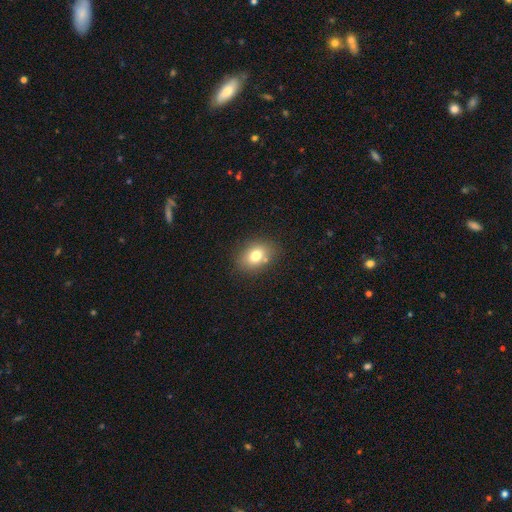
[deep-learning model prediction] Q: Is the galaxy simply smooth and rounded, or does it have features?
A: smooth — 76%.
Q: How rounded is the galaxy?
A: in between — 67%.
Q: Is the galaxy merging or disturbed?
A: none — 77%.